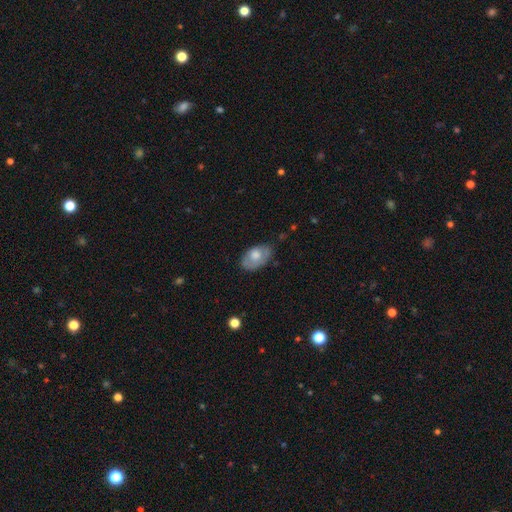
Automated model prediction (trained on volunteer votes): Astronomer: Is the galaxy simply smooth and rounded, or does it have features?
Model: smooth — 66%.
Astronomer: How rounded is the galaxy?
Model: in between — 91%.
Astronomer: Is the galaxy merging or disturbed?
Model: none — 66%.